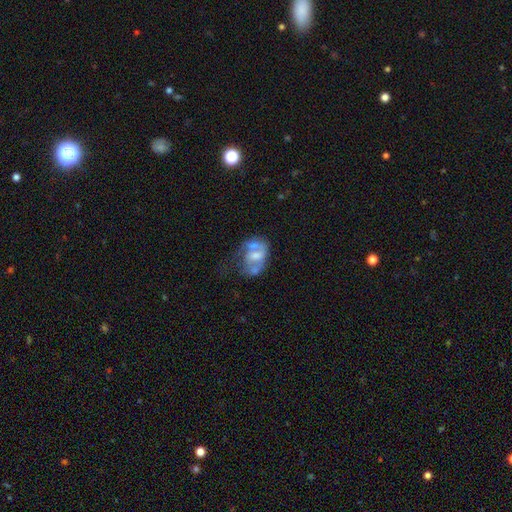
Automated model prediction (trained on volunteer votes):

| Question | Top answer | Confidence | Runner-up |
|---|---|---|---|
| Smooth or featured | featured or disk | 59% | smooth (31%) |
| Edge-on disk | no | 97% | yes (3%) |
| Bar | no | 65% | weak (27%) |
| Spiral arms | no | 62% | yes (38%) |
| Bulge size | moderate | 46% | small (25%) |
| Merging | merger | 34% | major disturbance (26%) |